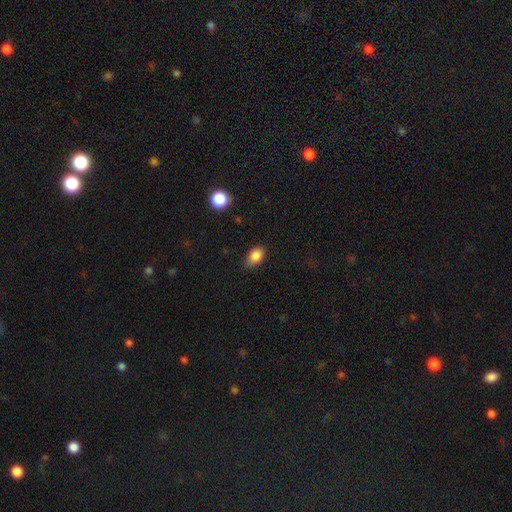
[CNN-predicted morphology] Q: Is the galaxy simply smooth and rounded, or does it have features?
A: smooth — 86%.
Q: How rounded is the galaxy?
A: in between — 82%.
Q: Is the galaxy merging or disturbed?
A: none — 72%.